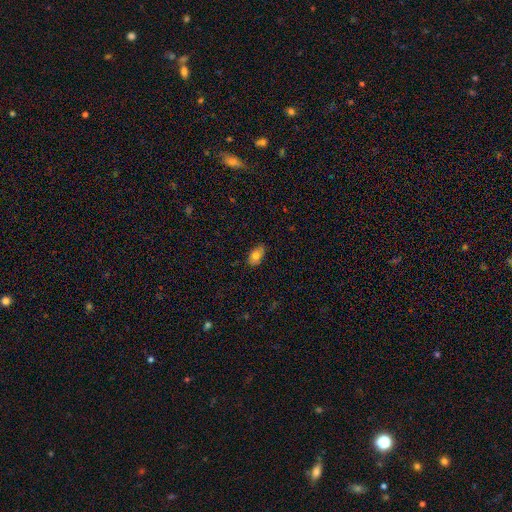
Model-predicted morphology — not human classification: type=smooth (76%); roundness=in between (90%); merging=none (75%).